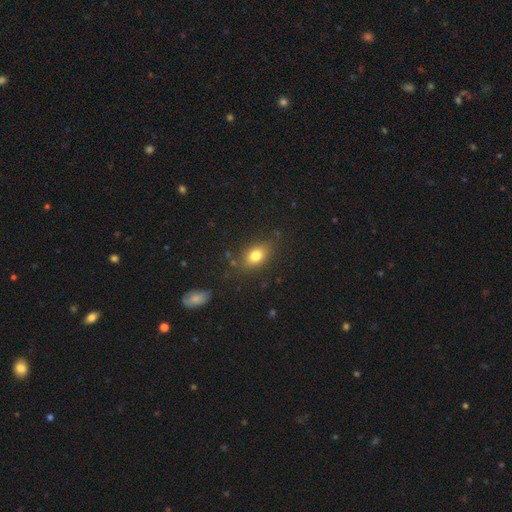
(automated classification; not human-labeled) Smooth or featured? Predicted: smooth (p=0.79). How rounded? Predicted: in between (p=0.77). Merging? Predicted: none (p=0.79).